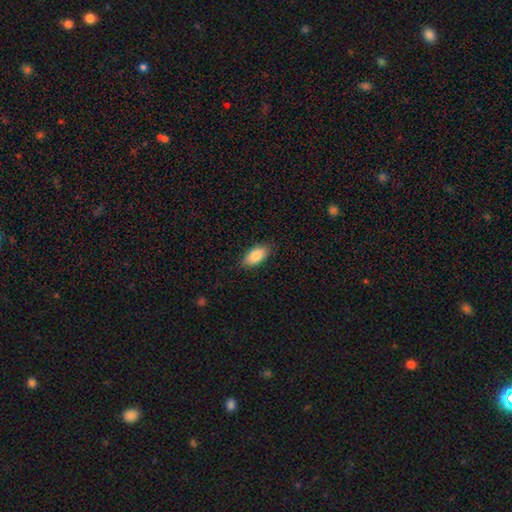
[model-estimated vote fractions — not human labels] Morphology: type=smooth (83%); roundness=in between (92%); merging=none (85%).